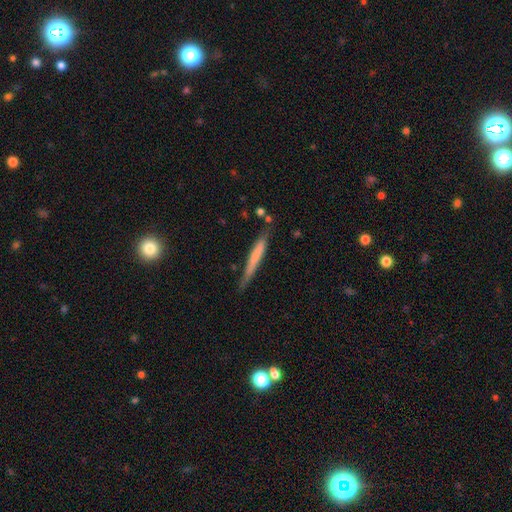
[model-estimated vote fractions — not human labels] This appears to be a smooth galaxy with no disk features (60%) that is cigar-shaped (95%). Merging: none (75%).